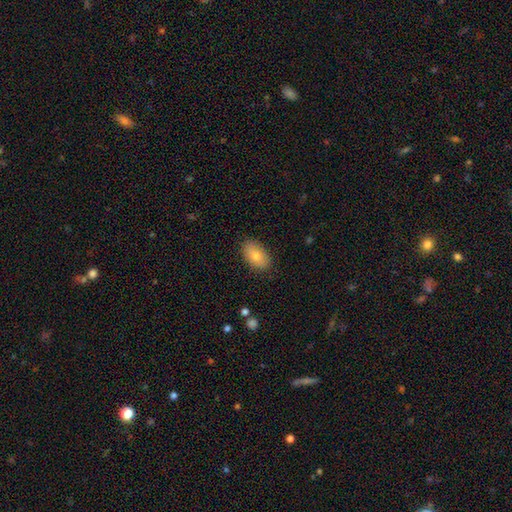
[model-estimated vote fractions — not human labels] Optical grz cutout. It shows a smooth galaxy with no disk features (78%) that is in between round and cigar-shaped (92%). Merging: none (86%).